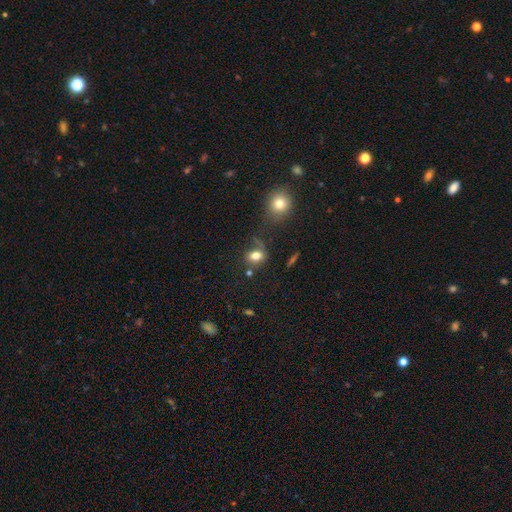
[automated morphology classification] Smooth or featured?
  - smooth: 76% *
  - star or artifact: 12%
  - featured or disk: 11%
How rounded?
  - in between: 55% *
  - round: 43%
  - cigar-shaped: 2%
Merging?
  - none: 58% *
  - minor disturbance: 19%
  - major disturbance: 12%
  - merger: 11%